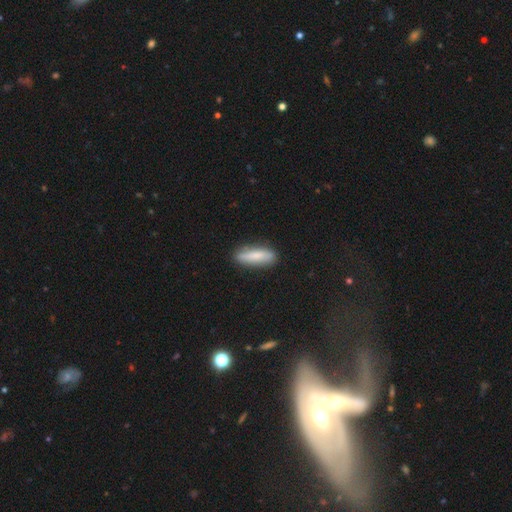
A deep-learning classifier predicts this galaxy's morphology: Overall: smooth (74%). How rounded: cigar-shaped (58%; in between 40%). Merging: none (84%).